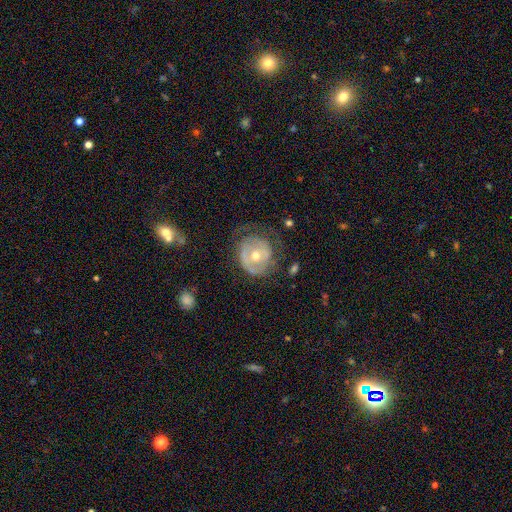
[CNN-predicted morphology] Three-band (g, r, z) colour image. It shows a featured or disk galaxy (66%) with no bar (75%), spiral arms (58%) and a moderate central bulge (63%). Merging: none (52%).